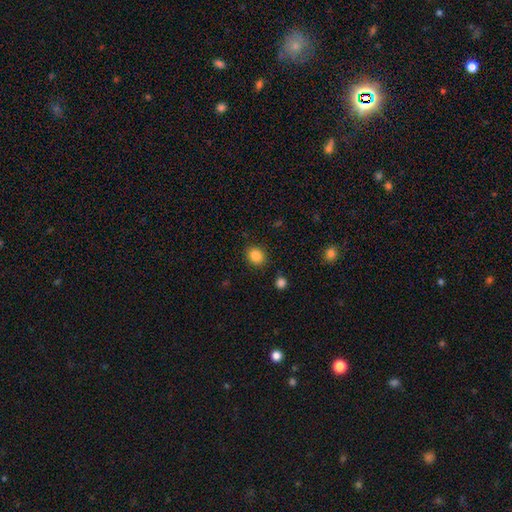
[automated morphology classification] A smooth galaxy with no disk features (85%) that is round (61%).

Vote fractions:
- Smooth or featured? smooth: 85% / star or artifact: 10% / featured or disk: 5%
- How rounded? round: 61% / in between: 38% / cigar-shaped: 1%
- Merging? none: 87% / minor disturbance: 9% / major disturbance: 3% / merger: 2%